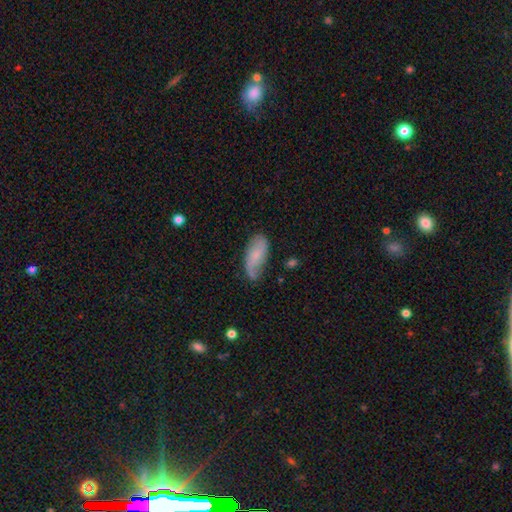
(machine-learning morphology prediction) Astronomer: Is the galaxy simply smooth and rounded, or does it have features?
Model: smooth — 55% (runner-up: featured or disk, 37%).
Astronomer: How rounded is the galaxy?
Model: in between — 84%.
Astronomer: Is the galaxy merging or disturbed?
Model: none — 61%.